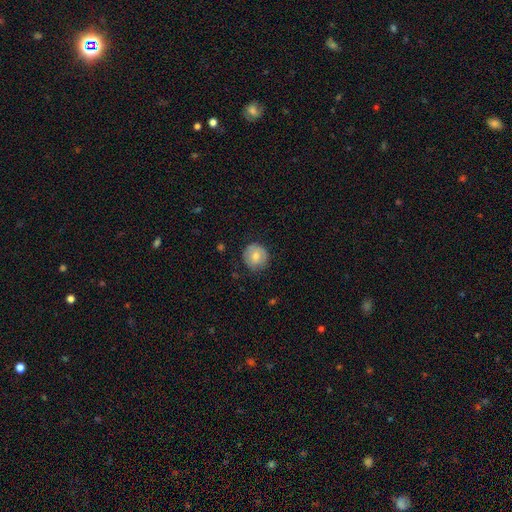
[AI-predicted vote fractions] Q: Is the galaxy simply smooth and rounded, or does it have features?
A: smooth — 74%.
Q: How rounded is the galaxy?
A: round — 91%.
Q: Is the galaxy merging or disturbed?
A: none — 77%.